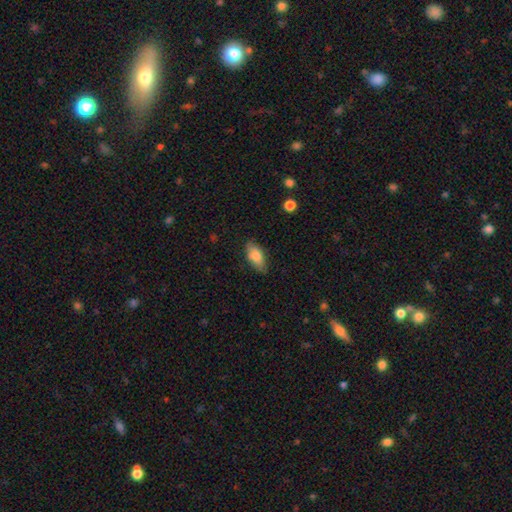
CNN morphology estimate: smooth-or-featured: smooth: 81% | featured or disk: 12% | star or artifact: 7%
  how-rounded: in between: 86% | cigar-shaped: 12% | round: 3%
  merging: none: 78% | minor disturbance: 18% | major disturbance: 3% | merger: 1%